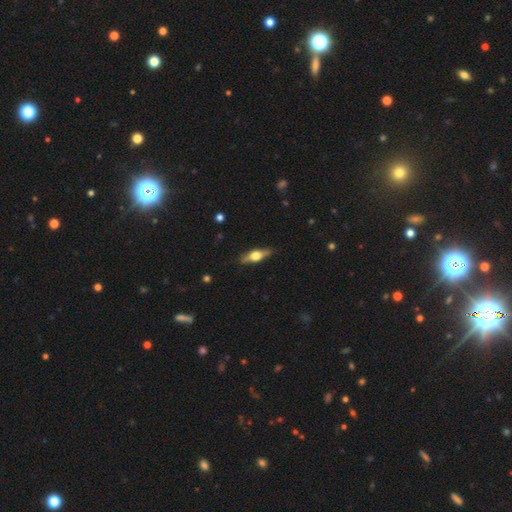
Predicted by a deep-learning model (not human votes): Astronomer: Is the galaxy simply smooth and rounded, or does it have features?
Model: featured or disk — 59% (runner-up: smooth, 35%).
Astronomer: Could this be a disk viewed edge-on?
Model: yes — 93%.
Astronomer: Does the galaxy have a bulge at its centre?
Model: rounded — 94%.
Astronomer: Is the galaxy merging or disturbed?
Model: none — 87%.